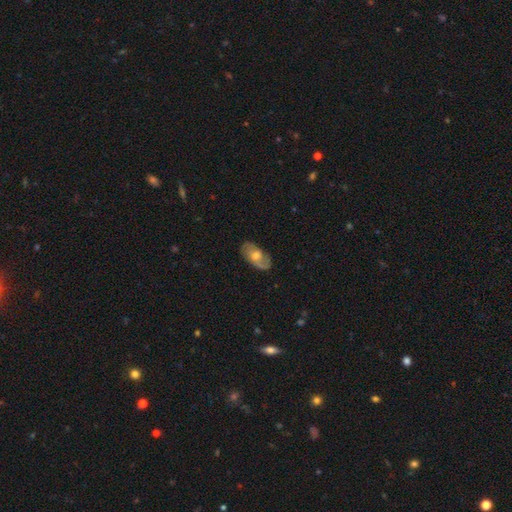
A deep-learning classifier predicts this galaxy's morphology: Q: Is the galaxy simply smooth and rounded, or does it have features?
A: featured or disk — 65%.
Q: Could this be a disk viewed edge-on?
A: no — 92%.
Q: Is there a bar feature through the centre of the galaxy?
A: no — 61%.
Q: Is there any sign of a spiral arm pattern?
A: yes — 84%.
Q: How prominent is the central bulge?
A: moderate — 66%.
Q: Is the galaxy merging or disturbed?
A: none — 80%.